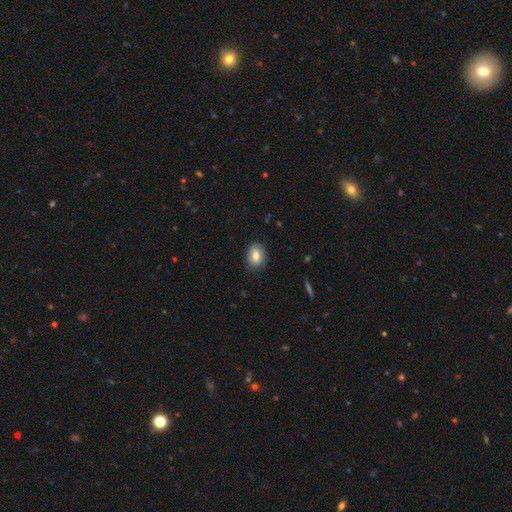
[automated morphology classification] A smooth galaxy with no disk features (79%) that is in between round and cigar-shaped (75%).

Vote fractions:
- Smooth or featured? smooth: 79% / featured or disk: 13% / star or artifact: 8%
- How rounded? in between: 75% / round: 23% / cigar-shaped: 2%
- Merging? none: 82% / minor disturbance: 14% / major disturbance: 3% / merger: 1%